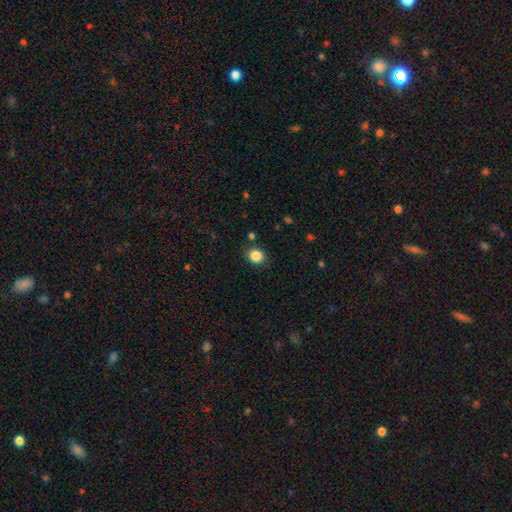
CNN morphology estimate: smooth_or_featured: smooth (p=0.86) [alt: star or artifact p=0.11]
how_rounded: round (p=0.80) [alt: in between p=0.19]
merging: none (p=0.86) [alt: minor disturbance p=0.10]